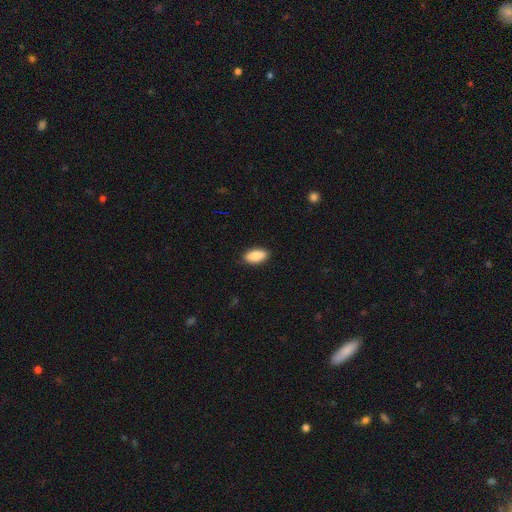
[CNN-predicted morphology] smooth 88%, star or artifact 6%, featured or disk 6%. Down the decision tree: how rounded — in between (87%); merging — none (87%).